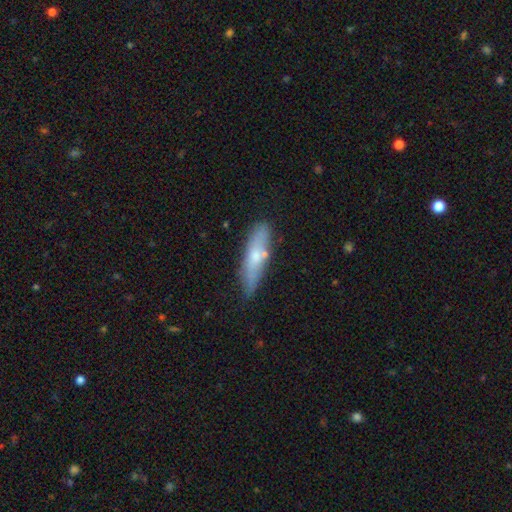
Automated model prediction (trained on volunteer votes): Morphology: type=smooth (57%); roundness=cigar-shaped (70%); merging=none (71%).